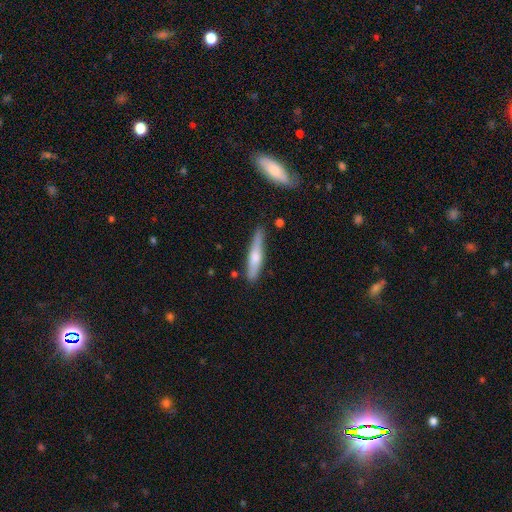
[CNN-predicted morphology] Smooth or featured? smooth (54%)
How rounded? cigar-shaped (88%)
Merging? none (78%)